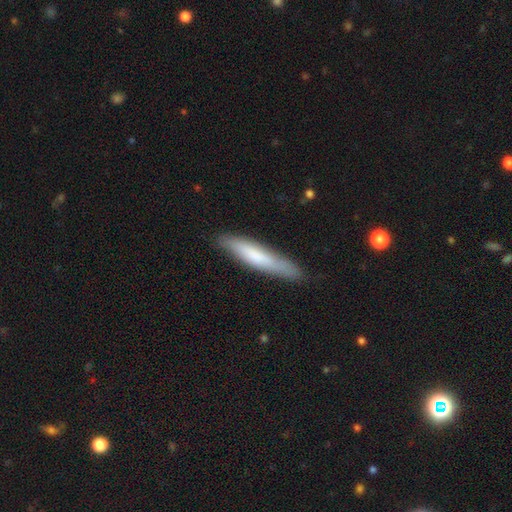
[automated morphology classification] type=smooth (68%); roundness=cigar-shaped (86%); merging=none (82%).